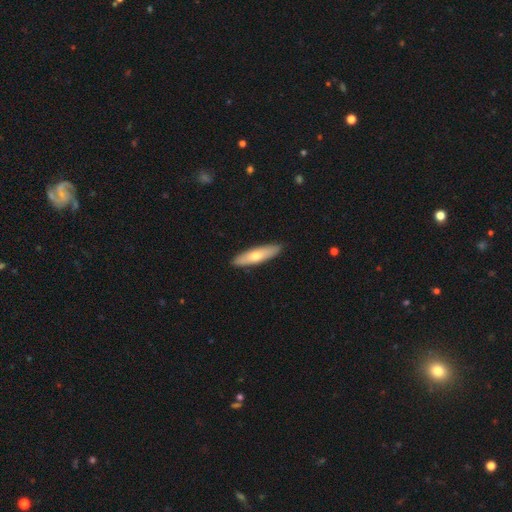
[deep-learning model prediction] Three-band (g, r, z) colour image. It shows a smooth galaxy with no disk features (62%) that is cigar-shaped (68%). Merging: none (90%).